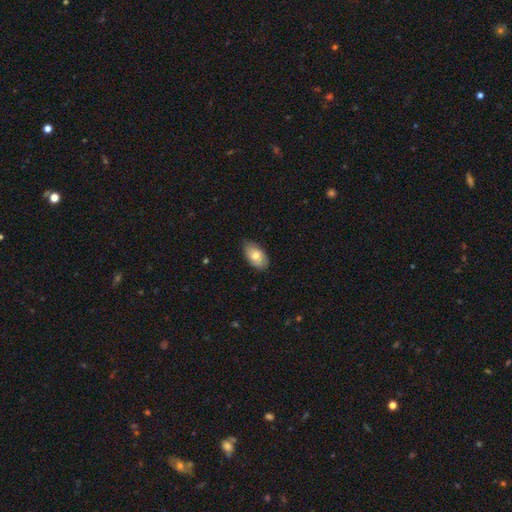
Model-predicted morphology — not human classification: type=smooth (72%); roundness=in between (93%); merging=none (79%).